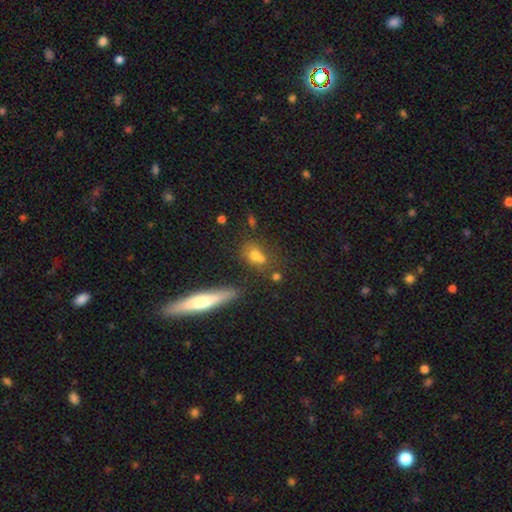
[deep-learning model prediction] Smooth or featured: smooth — 66% (featured or disk — 19%)
How rounded: in between — 49% (round — 39%)
Merging: none — 49% (merger — 31%)